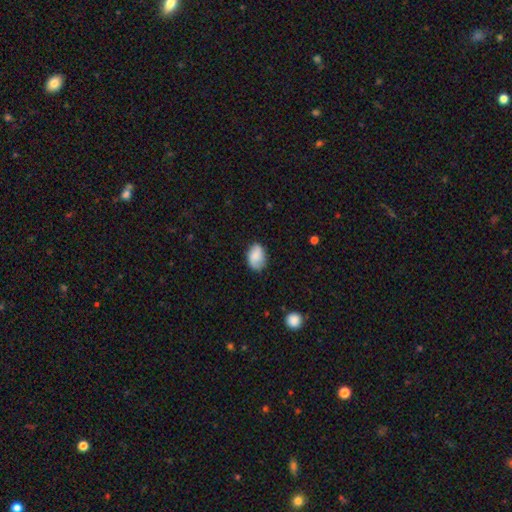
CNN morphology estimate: smooth 75%, featured or disk 17%, star or artifact 8%. Down the decision tree: how rounded — in between (79%); merging — none (72%).